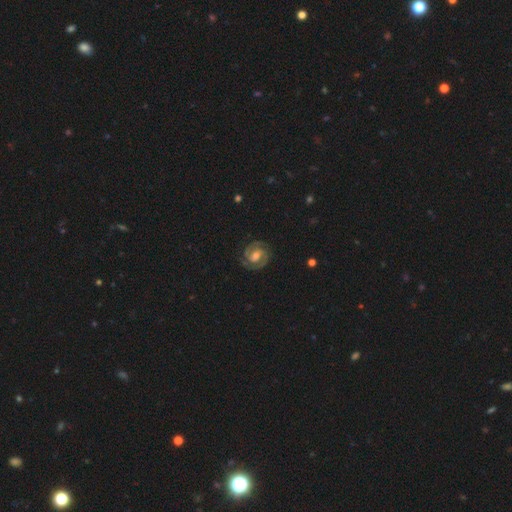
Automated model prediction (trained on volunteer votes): Smooth or featured?
  - featured or disk: 90% *
  - smooth: 5%
  - star or artifact: 4%
Edge-on disk?
  - no: 98% *
  - yes: 2%
Bar?
  - weak: 50% *
  - no: 27%
  - strong: 23%
Spiral arms?
  - yes: 98% *
  - no: 2%
Spiral winding?
  - tight: 58% *
  - medium: 37%
  - loose: 5%
Spiral arm count?
  - 2: 90% *
  - 3: 4%
  - can't tell: 3%
  - 1: 1%
  - 4: 1%
  - more than 4: 1%
Bulge size?
  - moderate: 64% *
  - small: 25%
  - large: 7%
  - none: 3%
  - dominant: 1%
Merging?
  - none: 85% *
  - minor disturbance: 11%
  - major disturbance: 3%
  - merger: 1%